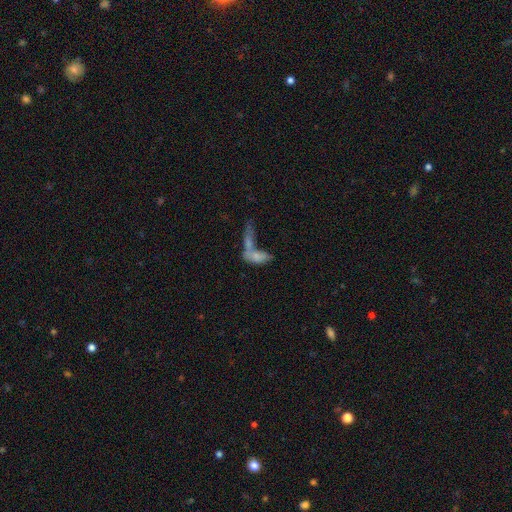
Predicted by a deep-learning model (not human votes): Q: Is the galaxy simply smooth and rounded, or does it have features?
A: smooth — 64%.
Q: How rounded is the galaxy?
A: in between — 69%.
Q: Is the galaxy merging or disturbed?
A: merger — 66%.